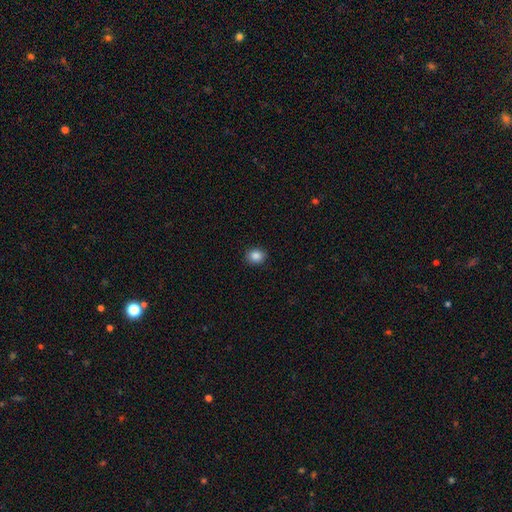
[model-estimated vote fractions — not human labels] Smooth or featured?
  - smooth: 87% *
  - star or artifact: 10%
  - featured or disk: 4%
How rounded?
  - round: 65% *
  - in between: 34%
  - cigar-shaped: 1%
Merging?
  - none: 90% *
  - minor disturbance: 7%
  - major disturbance: 2%
  - merger: 1%